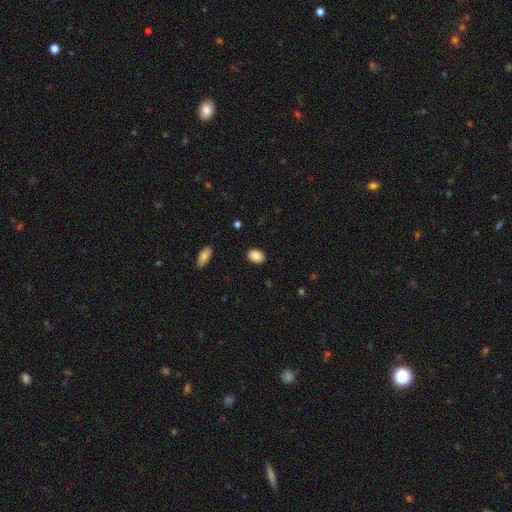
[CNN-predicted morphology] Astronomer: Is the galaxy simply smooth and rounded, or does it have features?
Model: smooth — 89%.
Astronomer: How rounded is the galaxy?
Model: in between — 82%.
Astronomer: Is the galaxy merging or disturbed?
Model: none — 88%.